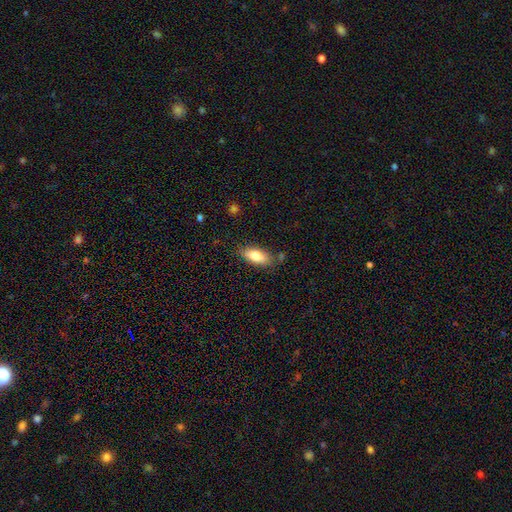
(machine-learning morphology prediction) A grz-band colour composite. It shows a smooth galaxy with no disk features (80%) that is in between round and cigar-shaped (83%). Merging: none (78%).